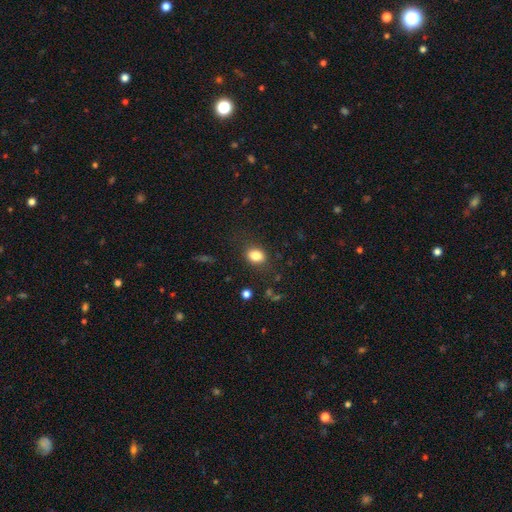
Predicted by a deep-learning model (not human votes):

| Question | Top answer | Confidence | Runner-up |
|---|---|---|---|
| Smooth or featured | smooth | 83% | star or artifact (10%) |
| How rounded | in between | 63% | round (36%) |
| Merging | none | 82% | minor disturbance (13%) |